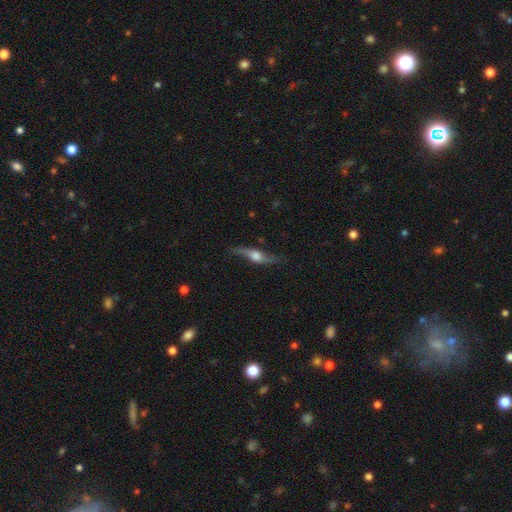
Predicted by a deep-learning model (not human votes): smooth-or-featured: featured or disk: 70% | smooth: 24% | star or artifact: 6%
  disk-edge-on: yes: 74% | no: 26%
    edge-on-bulge: rounded: 90% | boxy: 7% | none: 3%
  merging: none: 72% | minor disturbance: 19% | major disturbance: 7% | merger: 2%